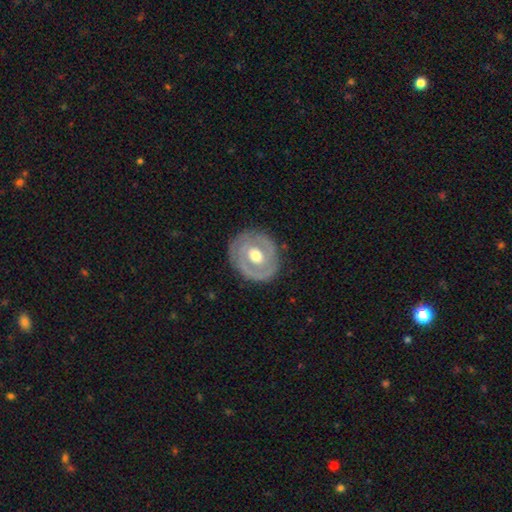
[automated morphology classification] Smooth or featured?
  - featured or disk: 68% *
  - smooth: 28%
  - star or artifact: 5%
Edge-on disk?
  - no: 96% *
  - yes: 4%
Bar?
  - no: 67% *
  - weak: 25%
  - strong: 8%
Spiral arms?
  - no: 52% *
  - yes: 48%
Bulge size?
  - moderate: 70% *
  - large: 21%
  - small: 7%
  - dominant: 1%
  - none: 1%
Merging?
  - none: 80% *
  - minor disturbance: 14%
  - major disturbance: 5%
  - merger: 1%